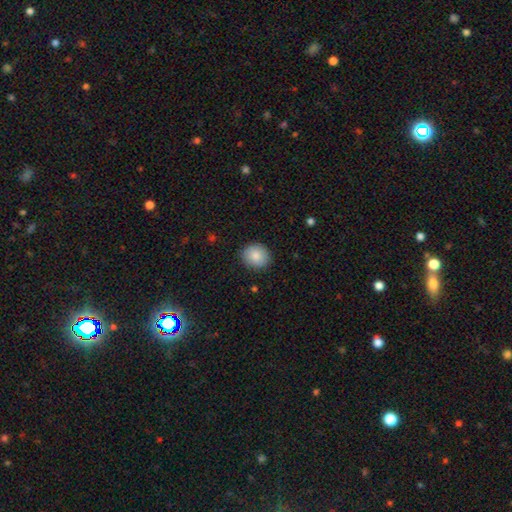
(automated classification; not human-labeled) Overall: smooth (86%). How rounded: round (75%). Merging: none (88%).